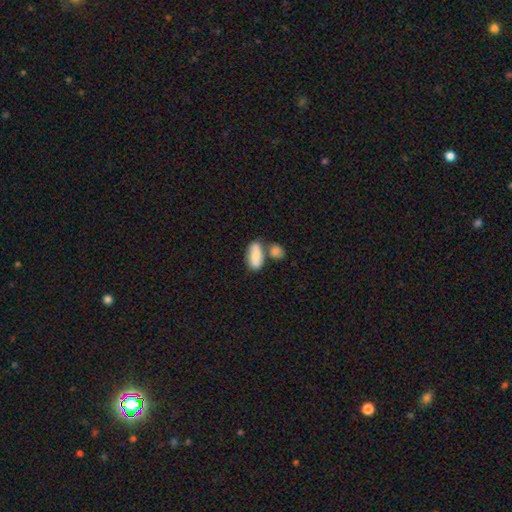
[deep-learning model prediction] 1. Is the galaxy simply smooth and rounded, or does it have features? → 78% smooth, 15% featured or disk, 7% star or artifact.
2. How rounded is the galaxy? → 88% in between, 8% cigar-shaped, 4% round.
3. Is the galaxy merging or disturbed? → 45% none, 36% merger, 14% minor disturbance, 5% major disturbance.